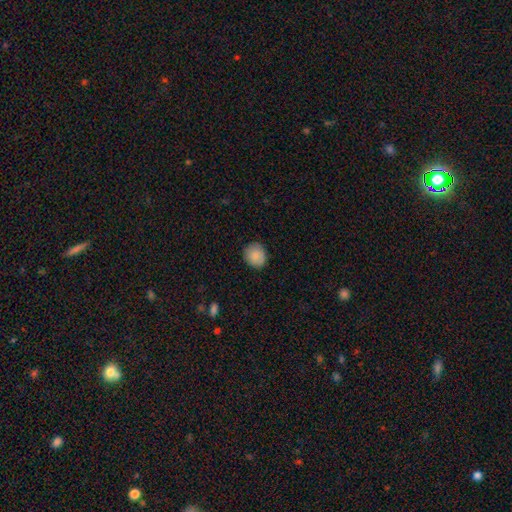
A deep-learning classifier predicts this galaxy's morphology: A smooth galaxy with no disk features (86%) that is round (81%).

Vote fractions:
- Smooth or featured? smooth: 86% / star or artifact: 7% / featured or disk: 7%
- How rounded? round: 81% / in between: 18% / cigar-shaped: 1%
- Merging? none: 87% / minor disturbance: 10% / major disturbance: 2% / merger: 1%